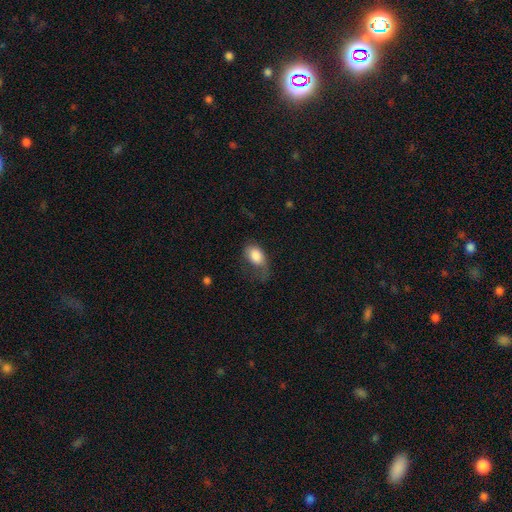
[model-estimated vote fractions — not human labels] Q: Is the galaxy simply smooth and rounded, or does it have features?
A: smooth — 81%.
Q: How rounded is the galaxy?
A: in between — 86%.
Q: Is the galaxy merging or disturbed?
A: major disturbance — 35%.